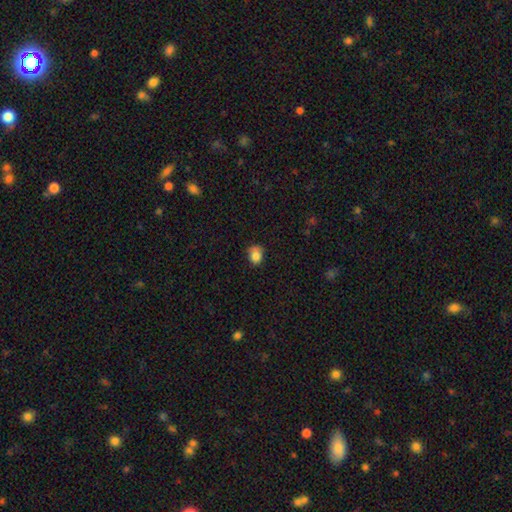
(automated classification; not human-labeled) Smooth or featured?
  - smooth: 83% *
  - star or artifact: 10%
  - featured or disk: 7%
How rounded?
  - in between: 50% *
  - round: 49%
  - cigar-shaped: 1%
Merging?
  - none: 58% *
  - minor disturbance: 31%
  - major disturbance: 7%
  - merger: 4%